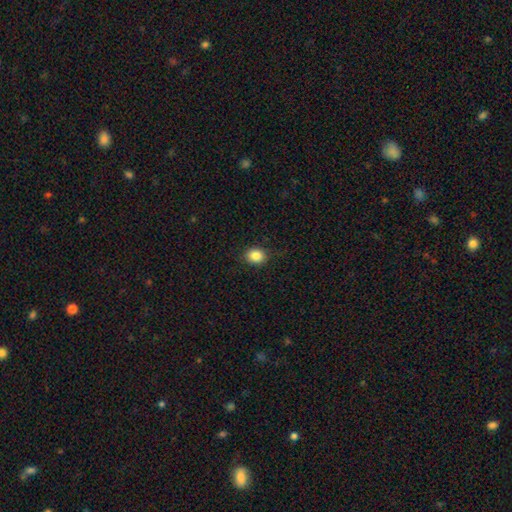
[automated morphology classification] smooth_or_featured: smooth (p=0.85) [alt: star or artifact p=0.10]
how_rounded: round (p=0.62) [alt: in between p=0.37]
merging: none (p=0.86) [alt: minor disturbance p=0.11]